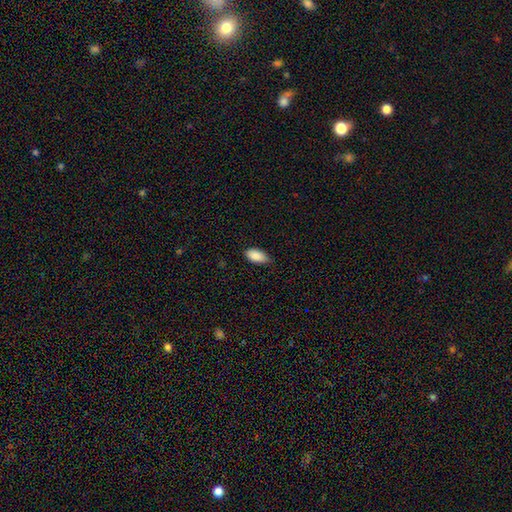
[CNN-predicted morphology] Smooth or featured: smooth — 89% (star or artifact — 7%)
How rounded: in between — 93% (cigar-shaped — 4%)
Merging: none — 73% (minor disturbance — 23%)